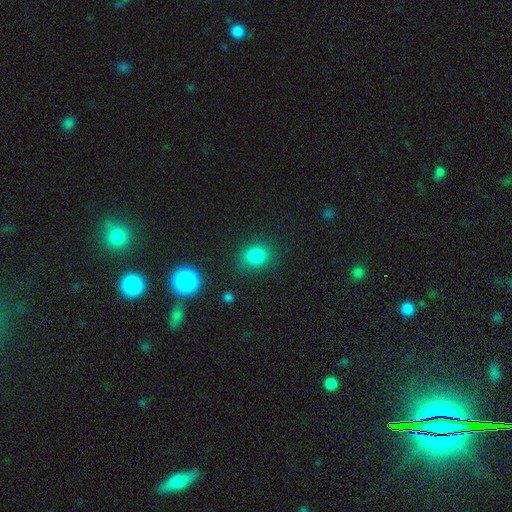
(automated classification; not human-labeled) A smooth galaxy with no disk features (81%) that is round (55%).

Vote fractions:
- Smooth or featured? smooth: 81% / star or artifact: 13% / featured or disk: 6%
- How rounded? round: 55% / in between: 44% / cigar-shaped: 1%
- Merging? none: 80% / minor disturbance: 13% / major disturbance: 4% / merger: 3%